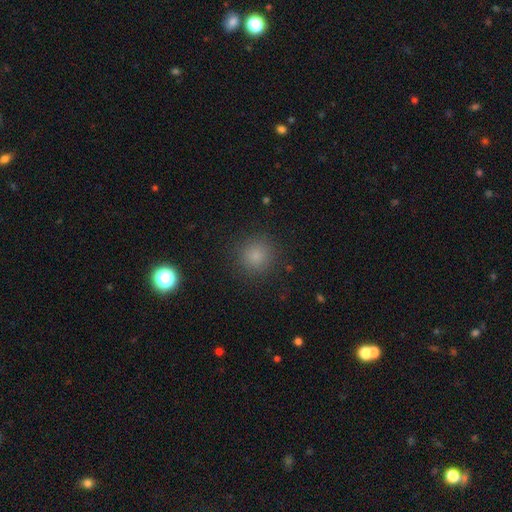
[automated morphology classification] Smooth or featured: smooth — 81% (star or artifact — 14%)
How rounded: round — 93% (in between — 6%)
Merging: none — 89% (minor disturbance — 7%)